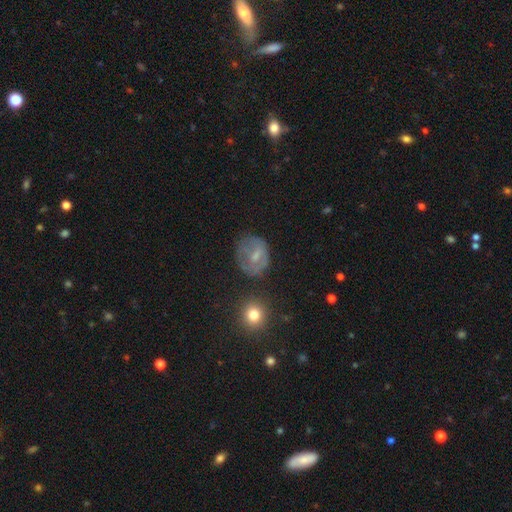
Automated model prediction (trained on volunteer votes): Smooth or featured: smooth — 46% (featured or disk — 44%)
Merging: none — 61% (minor disturbance — 24%)